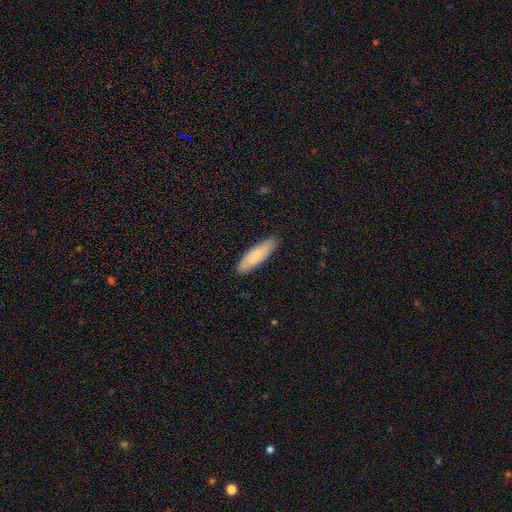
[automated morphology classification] Q: Smooth or featured?
A: smooth (84%); runner-up: featured or disk (11%)
Q: How rounded?
A: cigar-shaped (63%); runner-up: in between (36%)
Q: Merging?
A: none (87%); runner-up: minor disturbance (10%)